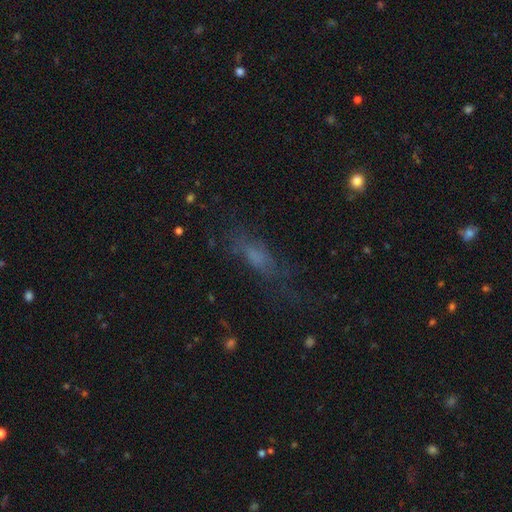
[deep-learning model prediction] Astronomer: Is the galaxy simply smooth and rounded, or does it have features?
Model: smooth — 54%.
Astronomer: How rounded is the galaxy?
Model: cigar-shaped — 48%, tied with in between at 48%.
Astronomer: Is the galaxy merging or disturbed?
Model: none — 53%.